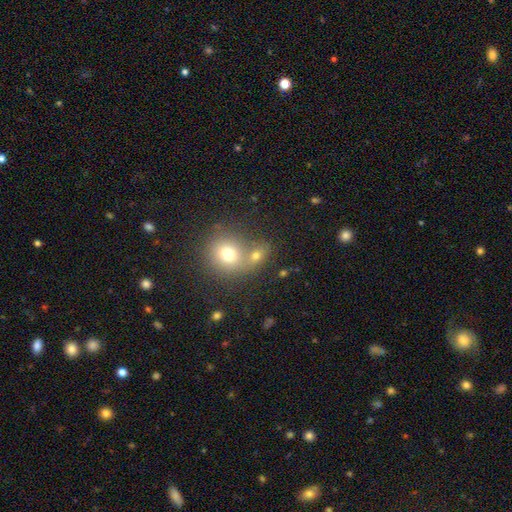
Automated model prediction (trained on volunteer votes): smooth_or_featured: smooth (p=0.71) [alt: star or artifact p=0.15]
how_rounded: round (p=0.56) [alt: in between p=0.41]
merging: merger (p=0.49) [alt: none p=0.39]